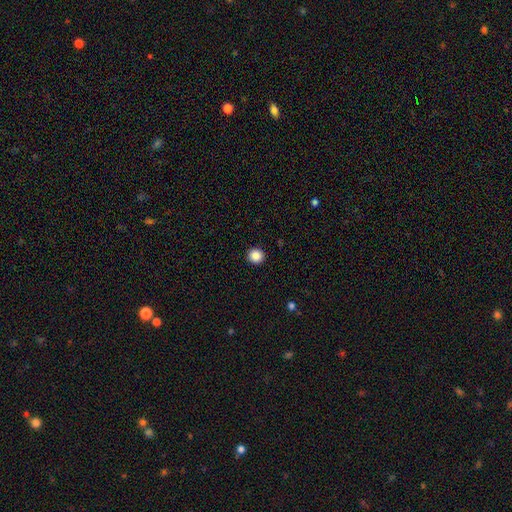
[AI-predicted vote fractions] Q: Smooth or featured?
A: smooth (87%); runner-up: star or artifact (10%)
Q: How rounded?
A: round (93%); runner-up: in between (7%)
Q: Merging?
A: none (93%); runner-up: minor disturbance (4%)